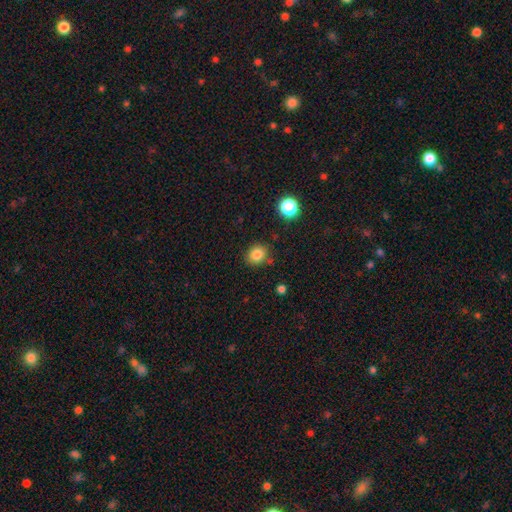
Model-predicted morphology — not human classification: type=smooth (83%); roundness=round (77%); merging=none (82%).